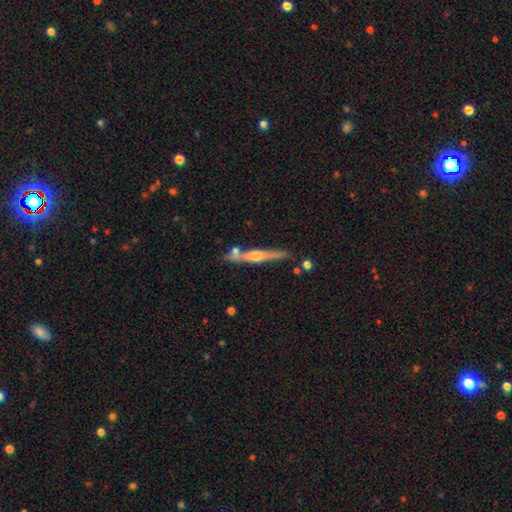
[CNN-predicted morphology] This is likely a featured or disk galaxy (73%). It is clearly viewed edge-on (96%). Edge-on bulge: clearly rounded (85%). Merging: likely none (78%).